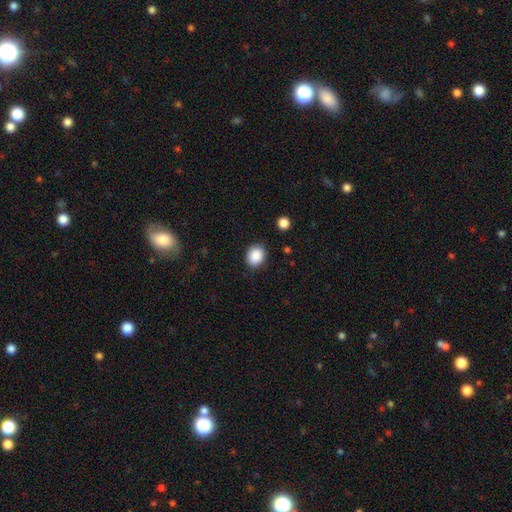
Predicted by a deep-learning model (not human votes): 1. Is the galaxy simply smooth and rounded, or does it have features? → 88% smooth, 8% star or artifact, 3% featured or disk.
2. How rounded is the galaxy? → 54% round, 46% in between, 1% cigar-shaped.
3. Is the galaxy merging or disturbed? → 86% none, 10% minor disturbance, 3% major disturbance, 2% merger.